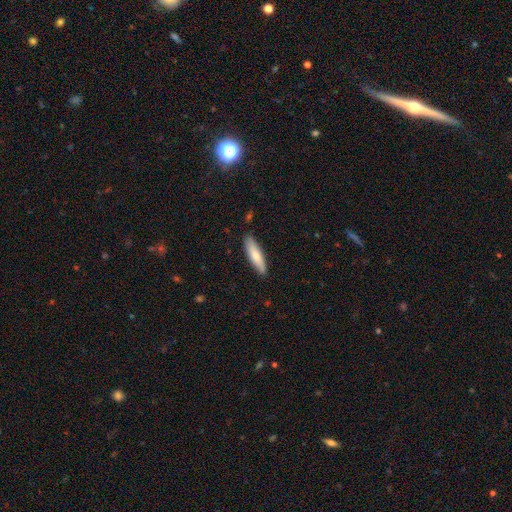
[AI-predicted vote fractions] A smooth galaxy with no disk features (74%) that is cigar-shaped (67%).

Vote fractions:
- Smooth or featured? smooth: 74% / featured or disk: 20% / star or artifact: 5%
- How rounded? cigar-shaped: 67% / in between: 32% / round: 2%
- Merging? none: 87% / minor disturbance: 10% / major disturbance: 2% / merger: 1%